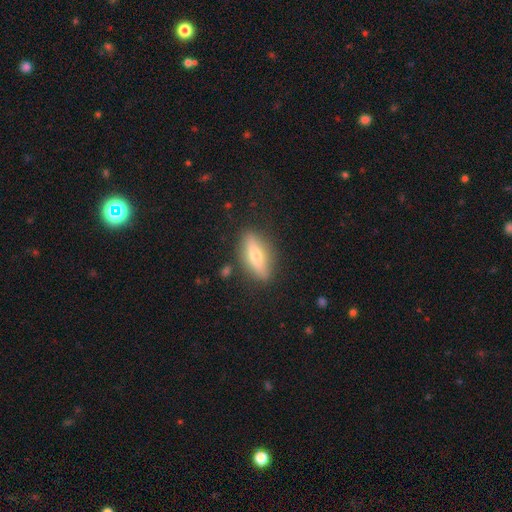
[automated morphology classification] type=featured or disk (48%); merging=none (84%).